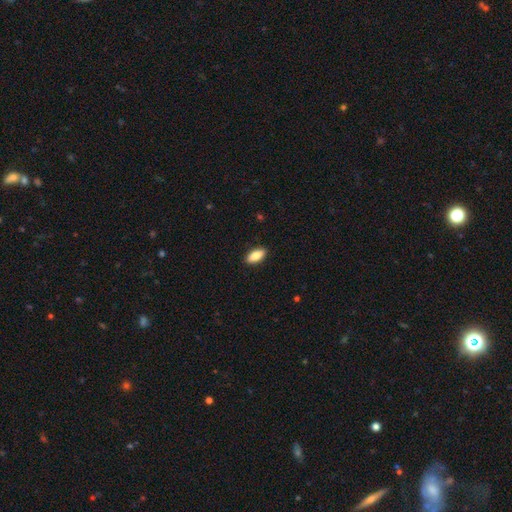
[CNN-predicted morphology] A smooth galaxy with no disk features (84%) that is in between round and cigar-shaped (85%). Merging: none (89%).